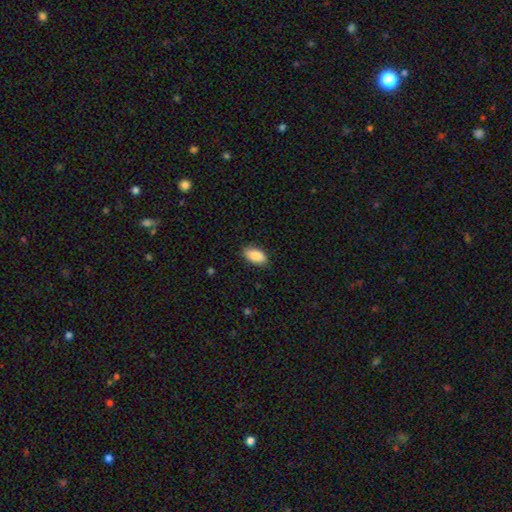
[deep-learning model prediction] A smooth galaxy with no disk features (88%) that is in between round and cigar-shaped (92%).

Vote fractions:
- Smooth or featured? smooth: 88% / star or artifact: 6% / featured or disk: 6%
- How rounded? in between: 92% / cigar-shaped: 5% / round: 3%
- Merging? none: 85% / minor disturbance: 12% / major disturbance: 2% / merger: 1%